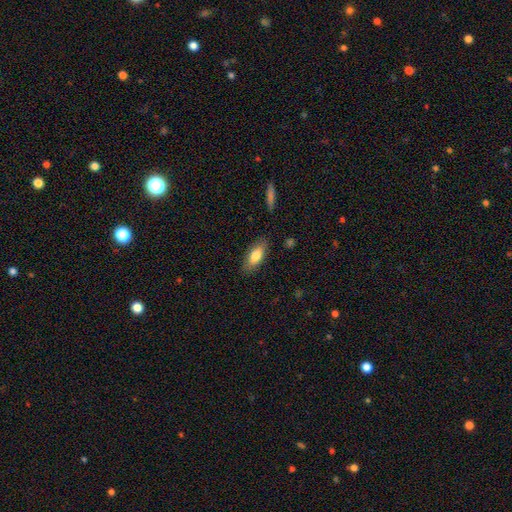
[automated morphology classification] This is likely a smooth galaxy (77%). How rounded: clearly in between (82%). Merging: clearly none (83%).